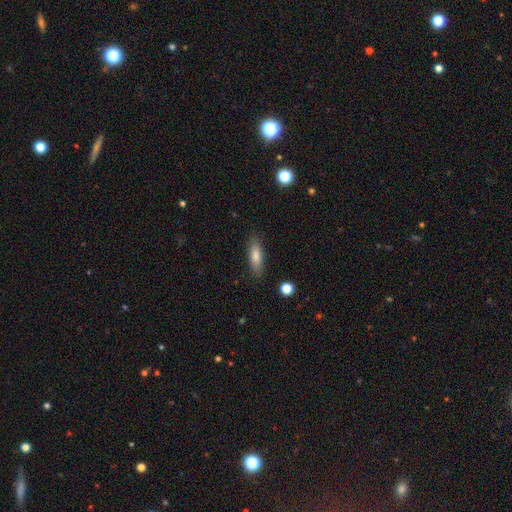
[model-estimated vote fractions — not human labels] A smooth galaxy with no disk features (77%) that is cigar-shaped (52%). Merging: none (86%).